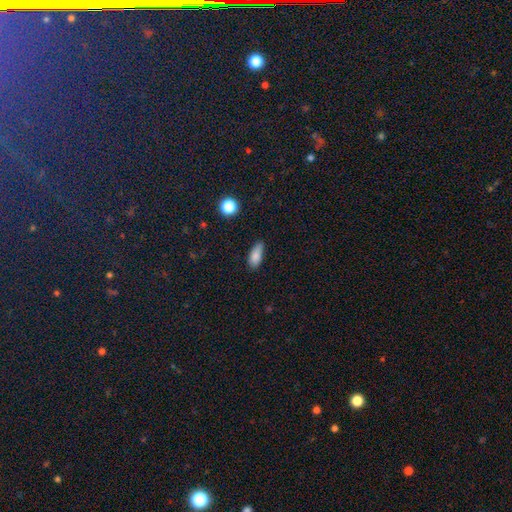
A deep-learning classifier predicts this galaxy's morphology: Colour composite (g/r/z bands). It shows a smooth galaxy with no disk features (83%) that is in between round and cigar-shaped (81%). Merging: none (57%).